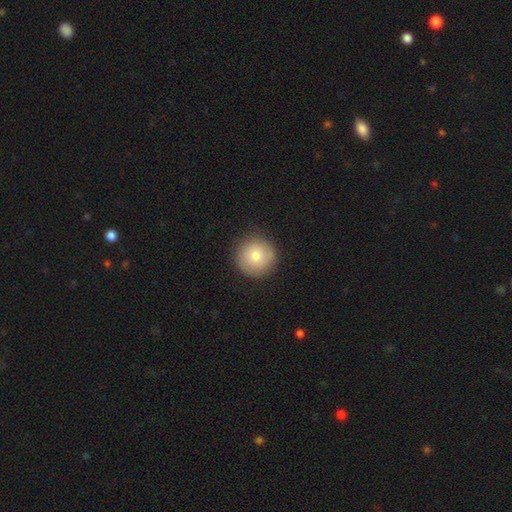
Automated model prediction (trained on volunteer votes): A smooth galaxy with no disk features (78%) that is round (96%).

Vote fractions:
- Smooth or featured? smooth: 78% / featured or disk: 13% / star or artifact: 9%
- How rounded? round: 96% / in between: 3% / cigar-shaped: 1%
- Merging? none: 89% / minor disturbance: 8% / major disturbance: 2% / merger: 1%